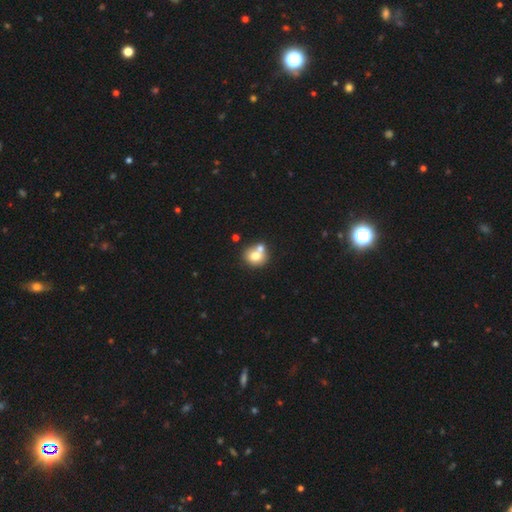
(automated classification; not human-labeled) Morphology: type=smooth (72%); roundness=round (75%); merging=merger (46%).